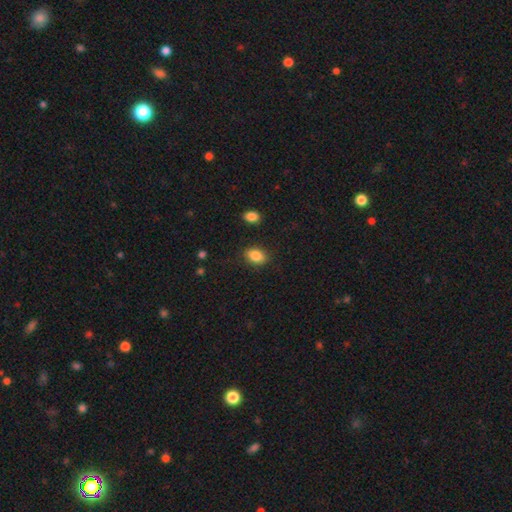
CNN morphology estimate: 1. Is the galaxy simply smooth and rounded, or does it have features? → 86% smooth, 8% star or artifact, 6% featured or disk.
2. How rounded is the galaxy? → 80% in between, 19% round, 1% cigar-shaped.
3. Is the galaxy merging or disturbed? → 86% none, 10% minor disturbance, 3% major disturbance, 2% merger.